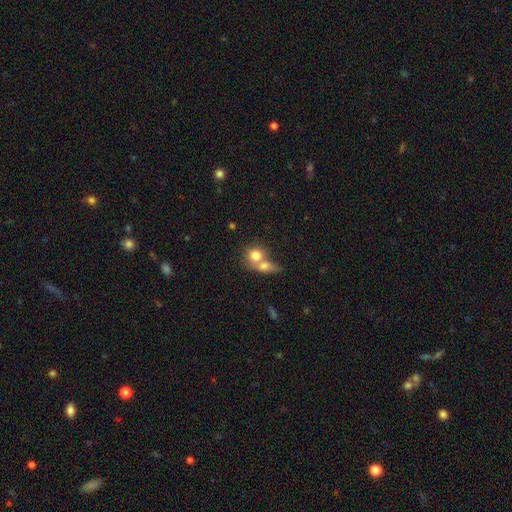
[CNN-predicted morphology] The model was most divided on "merging": merger: 62%, none: 27%, minor disturbance: 7%, major disturbance: 4%. More confident: smooth or featured — smooth (76%); how rounded — round (72%).